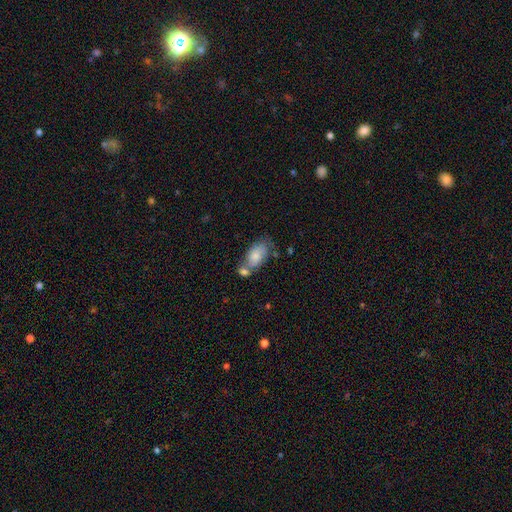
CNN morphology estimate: Smooth or featured? smooth (75%)
How rounded? in between (91%)
Merging? merger (37%)